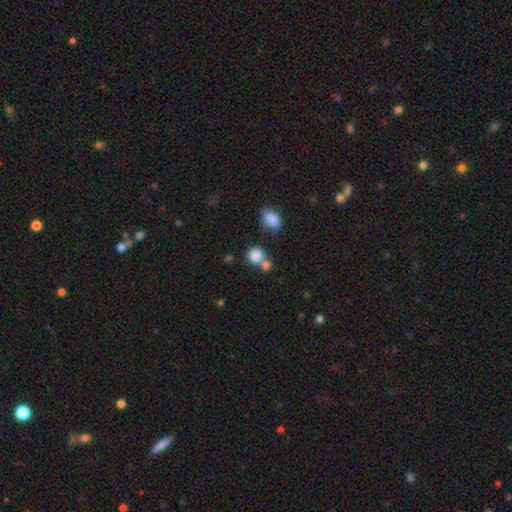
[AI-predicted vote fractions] smooth 84%, star or artifact 10%, featured or disk 6%. Down the decision tree: how rounded — round (80%); merging — none (51%).